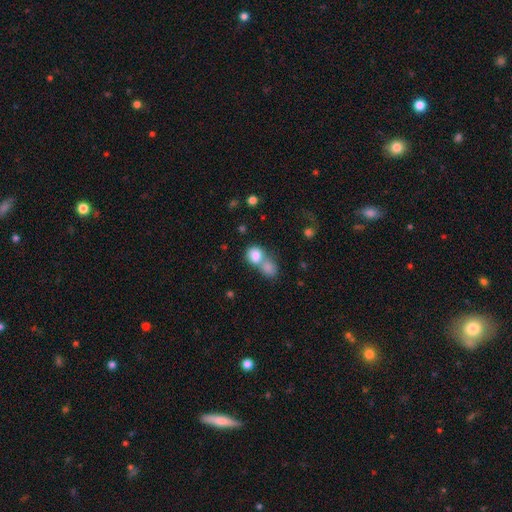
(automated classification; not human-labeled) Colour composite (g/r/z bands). It shows a smooth galaxy with no disk features (82%) that is round (60%). Merging: merger (65%).